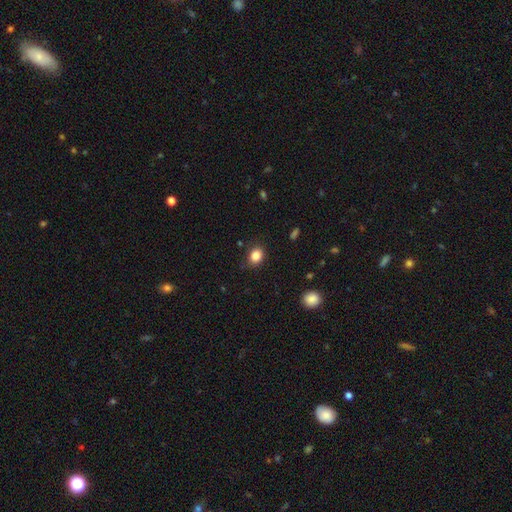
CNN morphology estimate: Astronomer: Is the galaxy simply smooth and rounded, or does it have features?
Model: smooth — 85%.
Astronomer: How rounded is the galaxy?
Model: round — 55% (runner-up: in between, 44%).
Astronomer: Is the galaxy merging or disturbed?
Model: none — 81%.